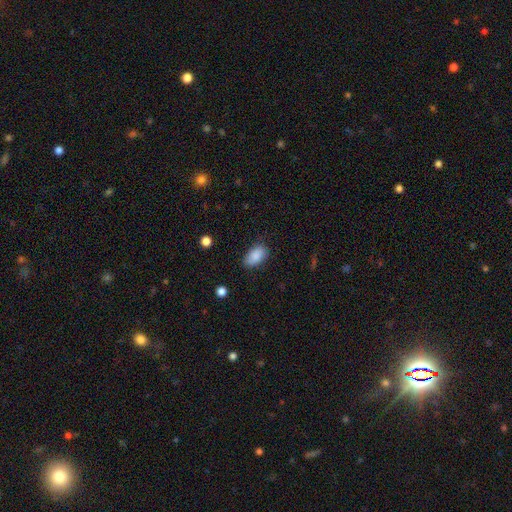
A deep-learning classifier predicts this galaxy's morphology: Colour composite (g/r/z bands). It shows a smooth galaxy with no disk features (88%) that is in between round and cigar-shaped (92%). Merging: none (77%).